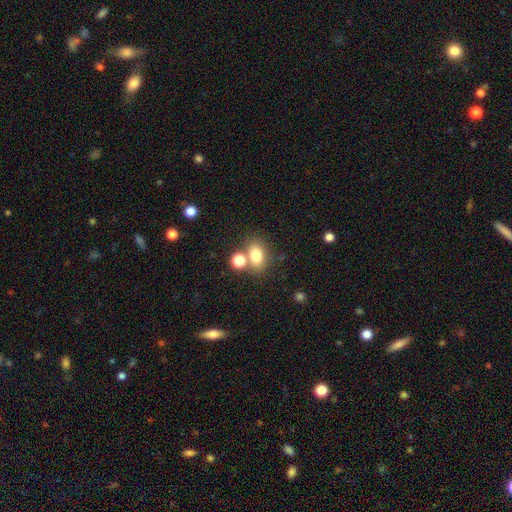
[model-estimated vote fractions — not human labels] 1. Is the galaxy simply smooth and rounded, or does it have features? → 78% smooth, 12% star or artifact, 10% featured or disk.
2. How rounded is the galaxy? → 69% in between, 30% round, 2% cigar-shaped.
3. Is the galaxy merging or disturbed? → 60% none, 24% merger, 11% minor disturbance, 4% major disturbance.